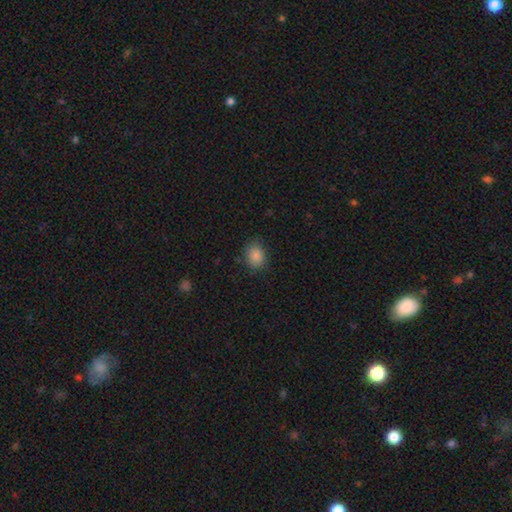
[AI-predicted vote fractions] This appears to be a smooth galaxy with no disk features (86%) that is in between round and cigar-shaped (54%). Merging: none (80%).